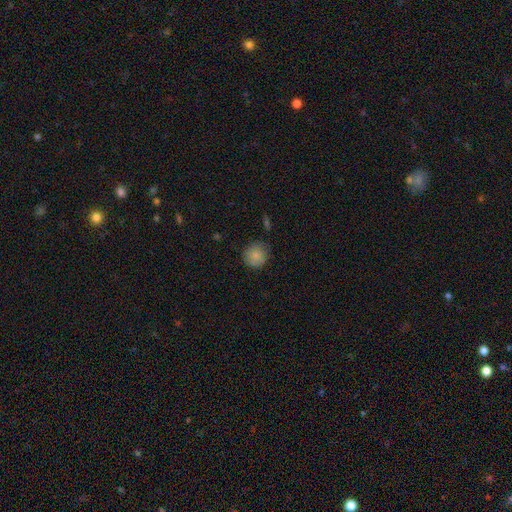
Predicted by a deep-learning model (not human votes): Smooth or featured? Predicted: smooth (p=0.84). How rounded? Predicted: round (p=0.91). Merging? Predicted: none (p=0.76).